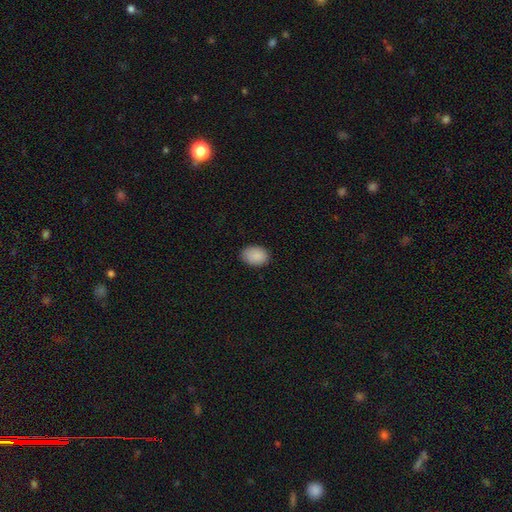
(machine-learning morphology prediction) smooth-or-featured: smooth: 89% | star or artifact: 7% | featured or disk: 3%
  how-rounded: in between: 78% | round: 21% | cigar-shaped: 1%
  merging: none: 85% | minor disturbance: 11% | major disturbance: 2% | merger: 1%